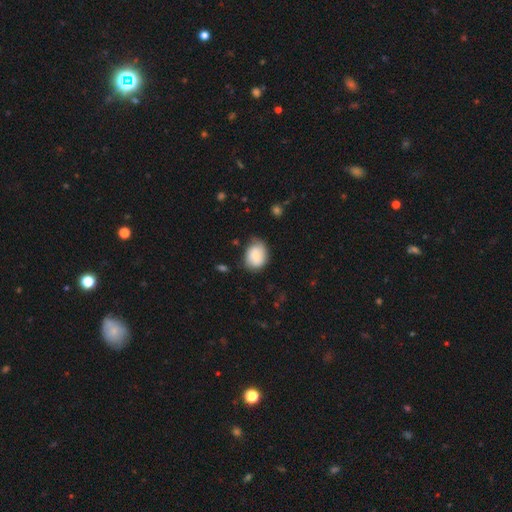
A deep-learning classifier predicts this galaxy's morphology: A smooth galaxy with no disk features (79%) that is in between round and cigar-shaped (56%). Merging: none (63%).